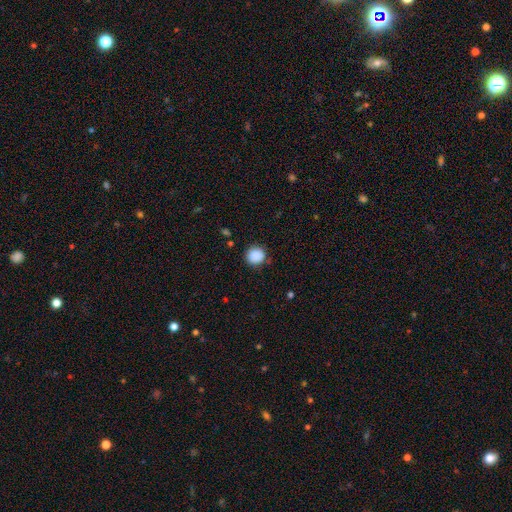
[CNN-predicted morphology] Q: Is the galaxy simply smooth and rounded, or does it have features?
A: smooth — 88%.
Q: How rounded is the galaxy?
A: round — 90%.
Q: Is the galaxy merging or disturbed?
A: none — 84%.